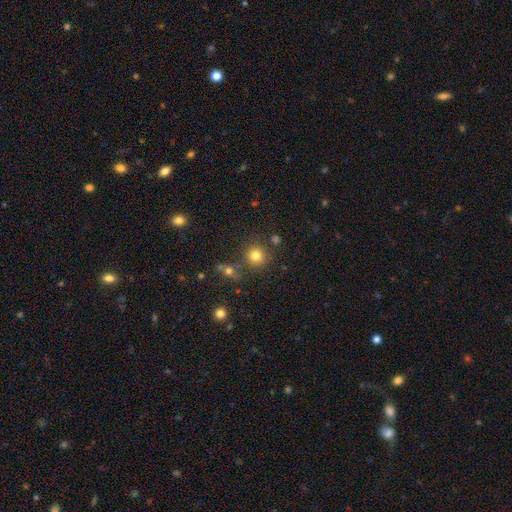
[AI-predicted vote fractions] Smooth or featured?
  - smooth: 79% *
  - star or artifact: 14%
  - featured or disk: 7%
How rounded?
  - round: 91% *
  - in between: 8%
  - cigar-shaped: 1%
Merging?
  - none: 79% *
  - minor disturbance: 9%
  - merger: 8%
  - major disturbance: 3%